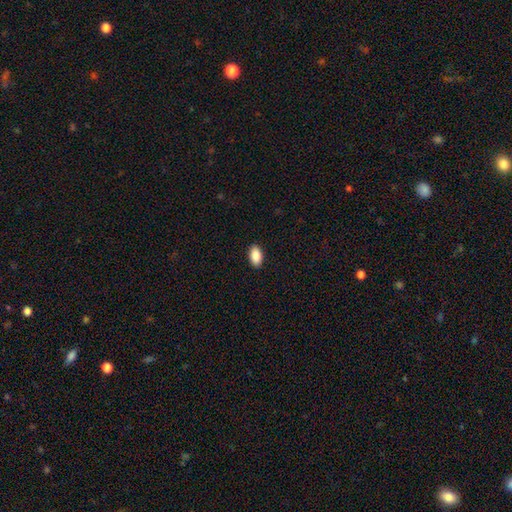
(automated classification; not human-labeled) Smooth or featured?
  - smooth: 89% *
  - star or artifact: 7%
  - featured or disk: 4%
How rounded?
  - in between: 94% *
  - round: 4%
  - cigar-shaped: 3%
Merging?
  - none: 90% *
  - minor disturbance: 7%
  - major disturbance: 2%
  - merger: 1%